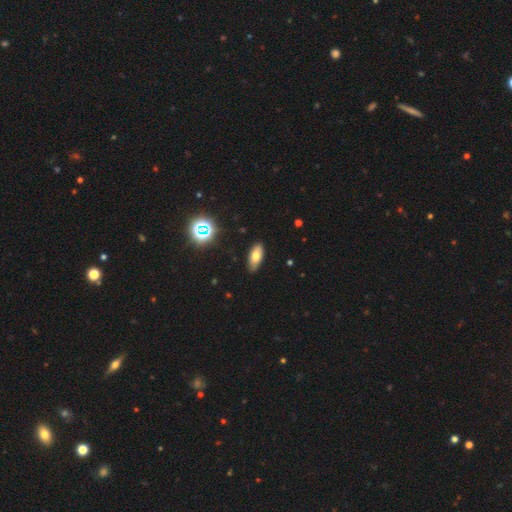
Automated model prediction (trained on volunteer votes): A smooth galaxy with no disk features (71%) that is in between round and cigar-shaped (84%).

Vote fractions:
- Smooth or featured? smooth: 71% / featured or disk: 17% / star or artifact: 12%
- How rounded? in between: 84% / cigar-shaped: 12% / round: 3%
- Merging? none: 85% / minor disturbance: 11% / major disturbance: 2% / merger: 1%